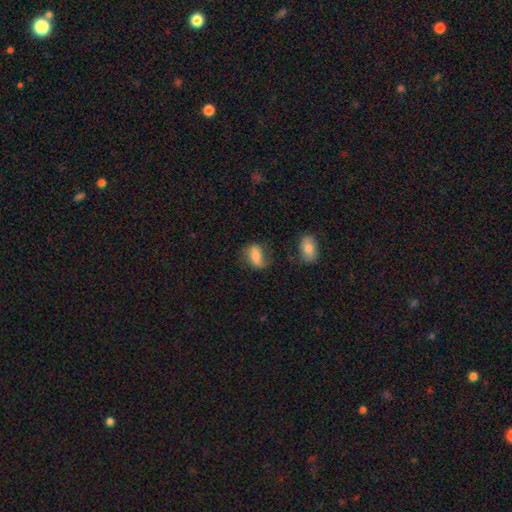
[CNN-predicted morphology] The model was most divided on "merging": none: 54%, minor disturbance: 27%, major disturbance: 15%, merger: 5%. More confident: how rounded — in between (82%); smooth or featured — smooth (67%).